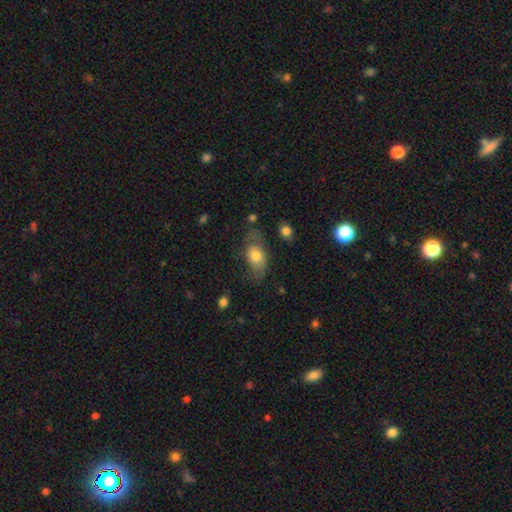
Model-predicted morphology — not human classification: smooth-or-featured: smooth: 70% | featured or disk: 23% | star or artifact: 7%
  how-rounded: in between: 87% | round: 10% | cigar-shaped: 4%
  merging: none: 52% | minor disturbance: 28% | major disturbance: 18% | merger: 3%